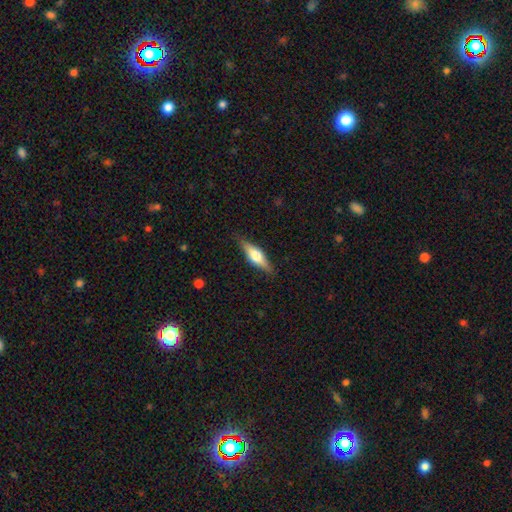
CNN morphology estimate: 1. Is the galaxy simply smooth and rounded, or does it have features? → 50% featured or disk, 43% smooth, 6% star or artifact.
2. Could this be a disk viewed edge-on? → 93% yes, 7% no.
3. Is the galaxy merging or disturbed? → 85% none, 11% minor disturbance, 2% major disturbance, 1% merger.